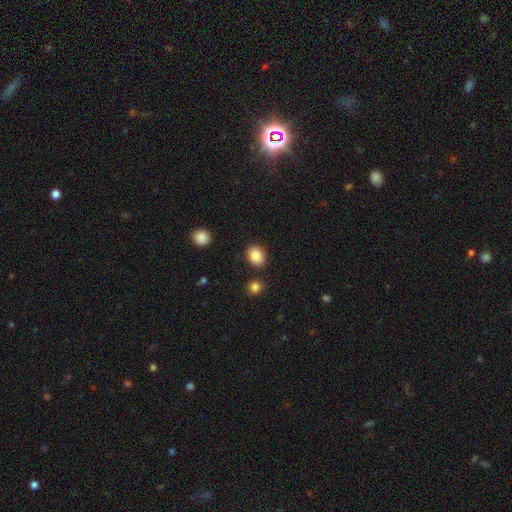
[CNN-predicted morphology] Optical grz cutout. It shows a smooth galaxy with no disk features (87%) that is round (56%). Merging: none (84%).